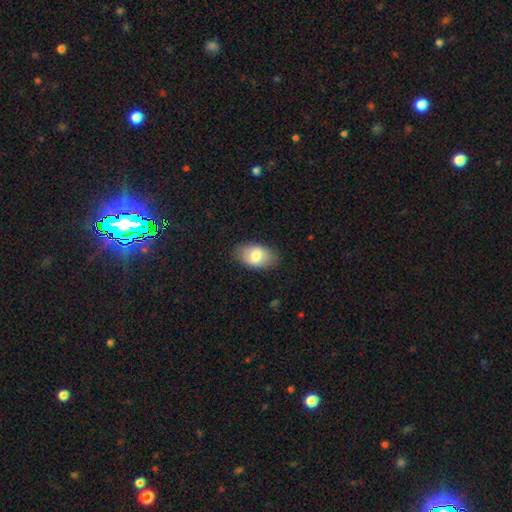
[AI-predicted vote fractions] Smooth or featured?
  - smooth: 74% *
  - featured or disk: 19%
  - star or artifact: 7%
How rounded?
  - in between: 90% *
  - round: 8%
  - cigar-shaped: 1%
Merging?
  - none: 81% *
  - minor disturbance: 15%
  - major disturbance: 4%
  - merger: 1%